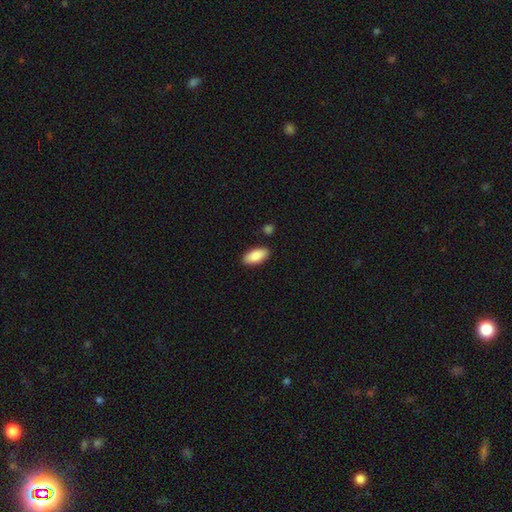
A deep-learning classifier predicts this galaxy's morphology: Smooth or featured?
  - smooth: 87% *
  - featured or disk: 7%
  - star or artifact: 6%
How rounded?
  - in between: 91% *
  - cigar-shaped: 7%
  - round: 2%
Merging?
  - none: 88% *
  - minor disturbance: 8%
  - merger: 2%
  - major disturbance: 2%